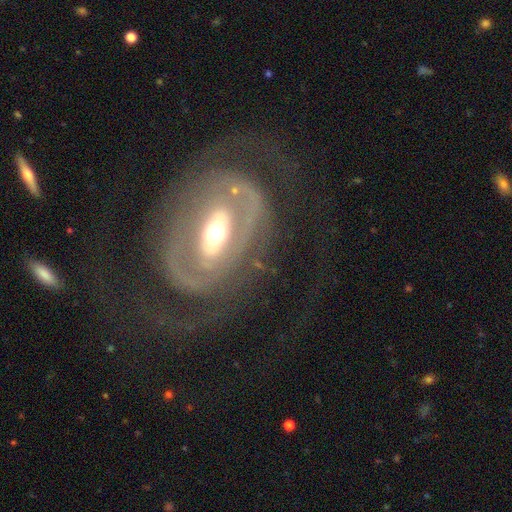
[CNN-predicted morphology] smooth_or_featured: featured or disk (p=0.86) [alt: smooth p=0.09]
disk_edge_on: no (p=0.94) [alt: yes p=0.06]
bar: strong (p=0.52) [alt: weak p=0.32]
has_spiral_arms: yes (p=0.77) [alt: no p=0.23]
spiral_winding: tight (p=0.48) [alt: medium p=0.35]
spiral_arm_count: 2 (p=0.64) [alt: can't tell p=0.18]
bulge_size: moderate (p=0.65) [alt: small p=0.20]
merging: none (p=0.68) [alt: major disturbance p=0.18]